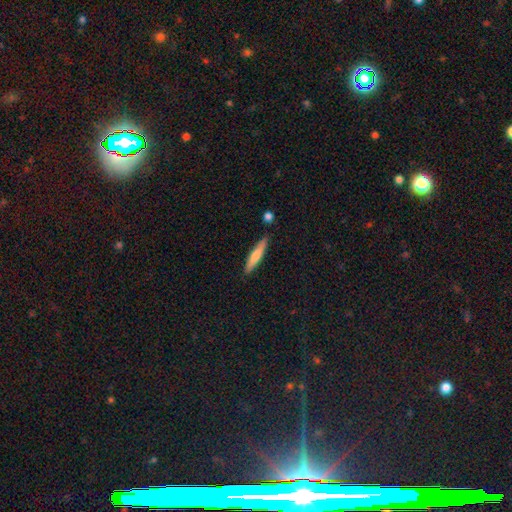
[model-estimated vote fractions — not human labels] A smooth galaxy with no disk features (67%) that is cigar-shaped (88%).

Vote fractions:
- Smooth or featured? smooth: 67% / featured or disk: 27% / star or artifact: 6%
- How rounded? cigar-shaped: 88% / in between: 10% / round: 1%
- Merging? none: 84% / minor disturbance: 10% / merger: 3% / major disturbance: 2%